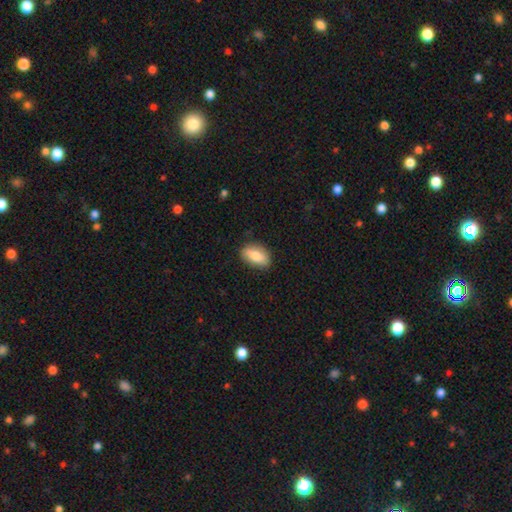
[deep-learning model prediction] A smooth galaxy with no disk features (75%) that is in between round and cigar-shaped (88%). Merging: none (83%).